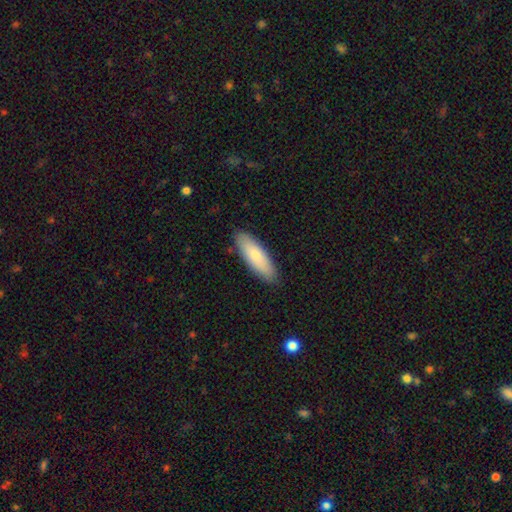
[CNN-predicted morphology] smooth-or-featured: smooth: 78% | featured or disk: 16% | star or artifact: 5%
  how-rounded: in between: 53% | cigar-shaped: 45% | round: 2%
  merging: none: 87% | minor disturbance: 10% | major disturbance: 2% | merger: 1%